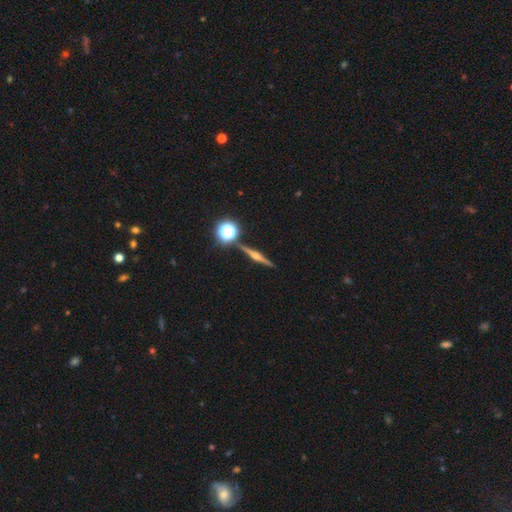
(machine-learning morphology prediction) This appears to be a featured or disk galaxy (78%) viewed edge-on (98%) with a rounded central bulge (91%). Merging: none (90%).